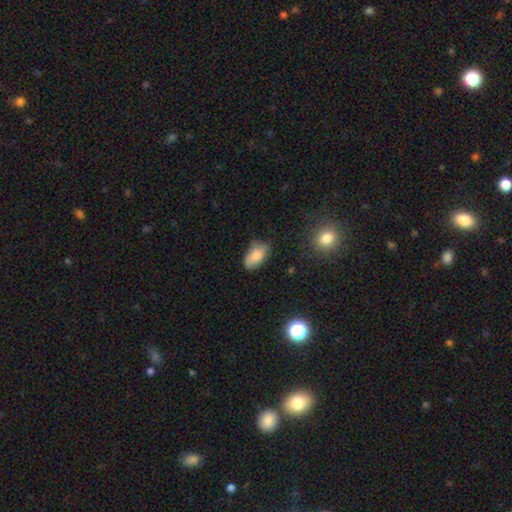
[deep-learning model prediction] smooth 81%, featured or disk 11%, star or artifact 8%. Down the decision tree: how rounded — in between (92%); merging — none (65%).